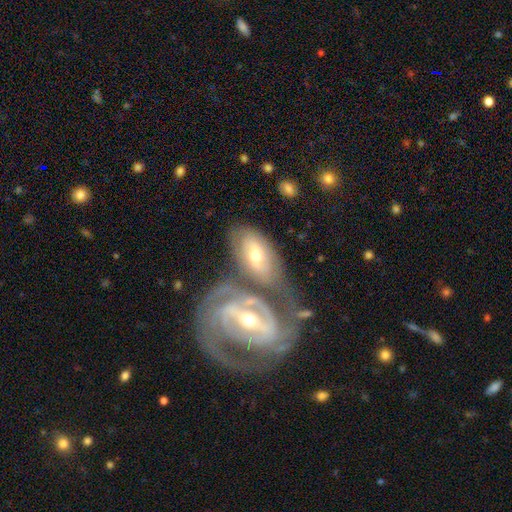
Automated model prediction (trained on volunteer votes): Overall: featured or disk (71%). Edge-on disk: no (91%). Bar: weak (37%; strong 36%). Spiral arms: yes (85%). Spiral arm count: 2 (52%; can't tell 25%). Spiral winding: tight (55%; medium 35%). Bulge size: moderate (61%; small 34%). Merging: merger (44%; none 36%).